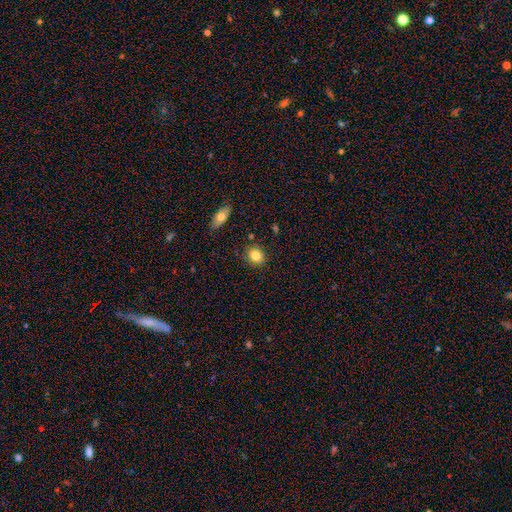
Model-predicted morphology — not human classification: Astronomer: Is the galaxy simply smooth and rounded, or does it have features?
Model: smooth — 82%.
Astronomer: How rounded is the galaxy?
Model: round — 67%.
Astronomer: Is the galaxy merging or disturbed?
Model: none — 82%.